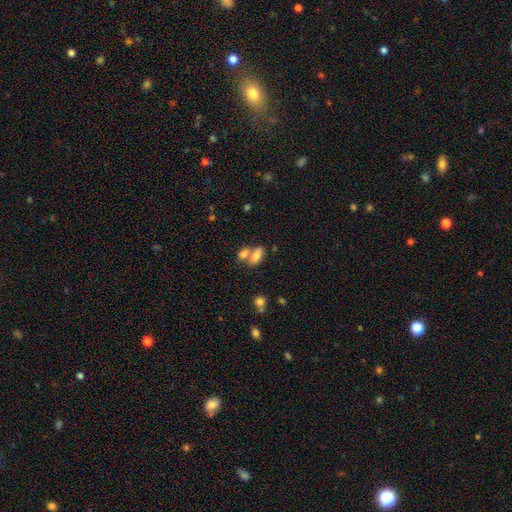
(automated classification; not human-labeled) smooth 78%, featured or disk 12%, star or artifact 9%. Down the decision tree: how rounded — in between (83%); merging — merger (52%).